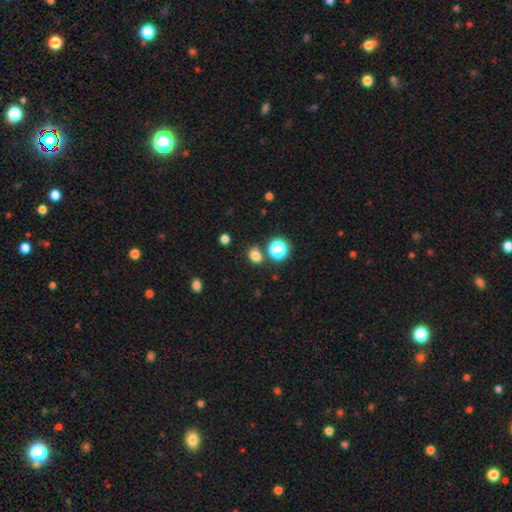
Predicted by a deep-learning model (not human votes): Smooth or featured: smooth — 76% (star or artifact — 18%)
How rounded: round — 65% (in between — 34%)
Merging: none — 74% (minor disturbance — 12%)